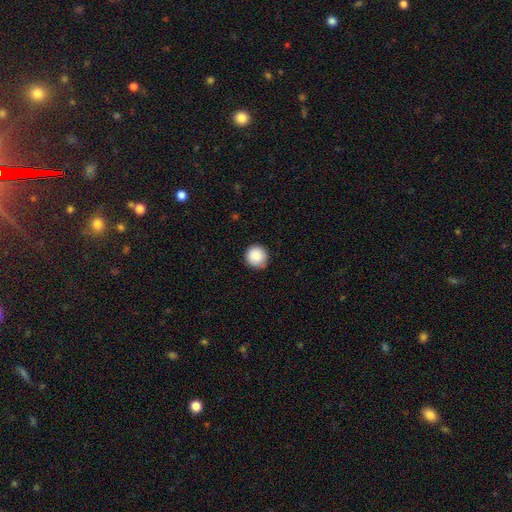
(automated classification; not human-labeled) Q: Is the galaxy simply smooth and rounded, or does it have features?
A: smooth — 89%.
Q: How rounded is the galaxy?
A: round — 95%.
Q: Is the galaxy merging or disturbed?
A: none — 85%.